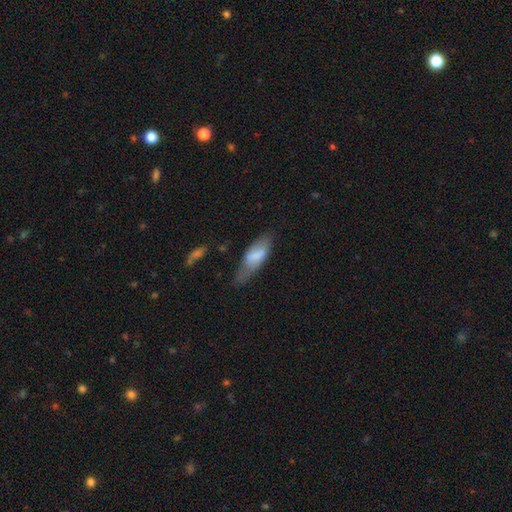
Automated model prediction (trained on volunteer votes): A smooth galaxy with no disk features (69%) that is in between round and cigar-shaped (67%). Merging: none (55%).